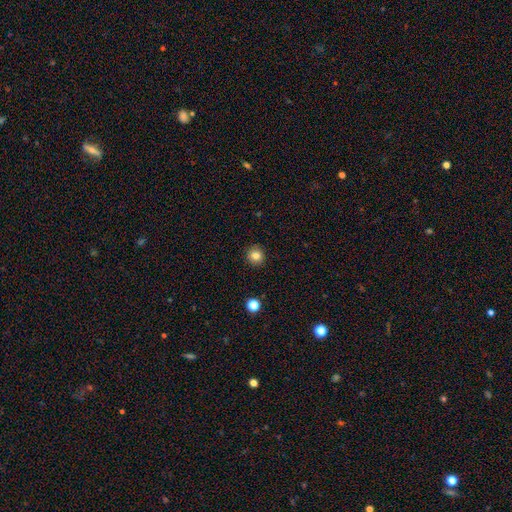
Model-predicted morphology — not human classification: Q: Smooth or featured?
A: smooth (83%); runner-up: star or artifact (11%)
Q: How rounded?
A: round (92%); runner-up: in between (7%)
Q: Merging?
A: none (91%); runner-up: minor disturbance (6%)